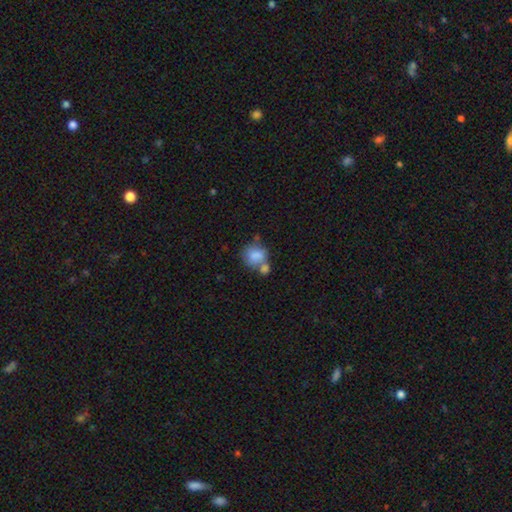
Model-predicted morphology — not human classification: Smooth or featured? Predicted: smooth (p=0.80). How rounded? Predicted: round (p=0.62). Merging? Predicted: merger (p=0.44).